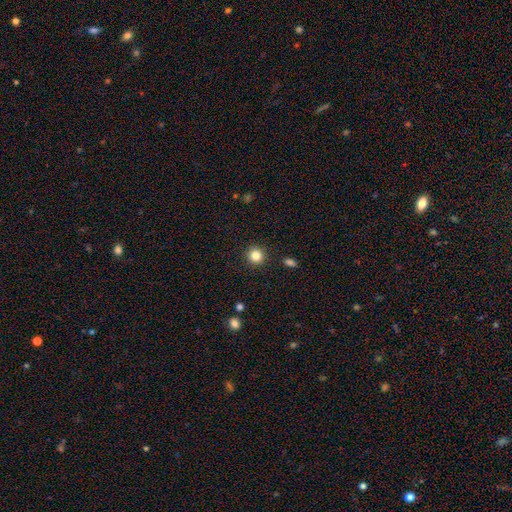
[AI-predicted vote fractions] Overall: smooth (84%). How rounded: round (94%). Merging: none (92%).